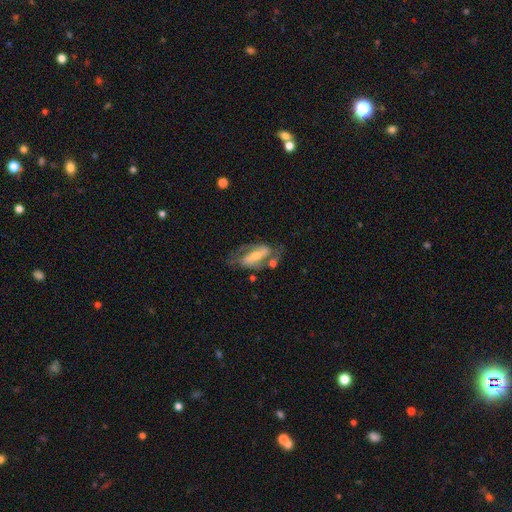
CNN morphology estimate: A featured or disk galaxy (77%) with a strong bar (46%), 2 (85%) medium (48%) spiral arms (86%) and a small central bulge (47%).

Vote fractions:
- Smooth or featured? featured or disk: 77% / smooth: 16% / star or artifact: 7%
- Edge-on disk? no: 91% / yes: 9%
- Bar? strong: 46% / weak: 31% / no: 23%
- Spiral arms? yes: 86% / no: 14%
- Spiral winding? medium: 48% / loose: 26% / tight: 25%
- Spiral arm count? 2: 85% / can't tell: 9% / 1: 3% / 3: 1% / 4: 1% / more than 4: 1%
- Bulge size? small: 47% / moderate: 45% / large: 5% / none: 3% / dominant: 1%
- Merging? none: 62% / minor disturbance: 18% / major disturbance: 12% / merger: 8%